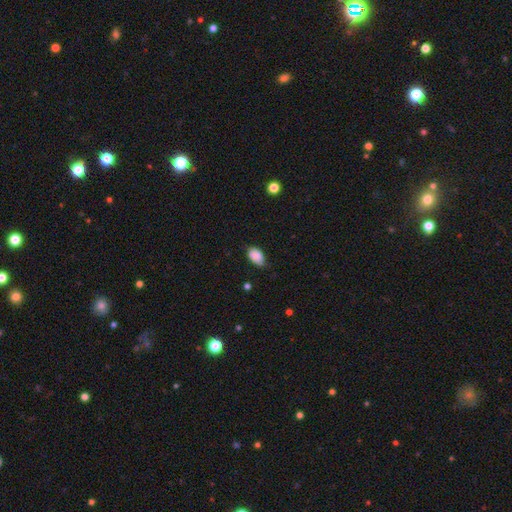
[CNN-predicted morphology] This appears to be a smooth galaxy with no disk features (86%) that is in between round and cigar-shaped (91%). Merging: none (61%).